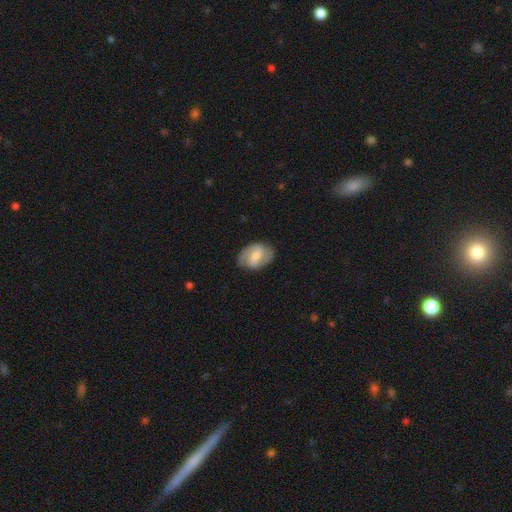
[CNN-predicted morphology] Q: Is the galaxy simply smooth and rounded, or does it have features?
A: featured or disk — 65%.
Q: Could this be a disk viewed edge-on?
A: no — 97%.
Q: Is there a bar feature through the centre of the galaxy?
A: weak — 48%.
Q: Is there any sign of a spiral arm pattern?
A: yes — 88%.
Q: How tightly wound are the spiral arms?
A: medium — 48%.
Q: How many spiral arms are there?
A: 2 — 86%.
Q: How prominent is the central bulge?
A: moderate — 49%.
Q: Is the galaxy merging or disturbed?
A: none — 81%.